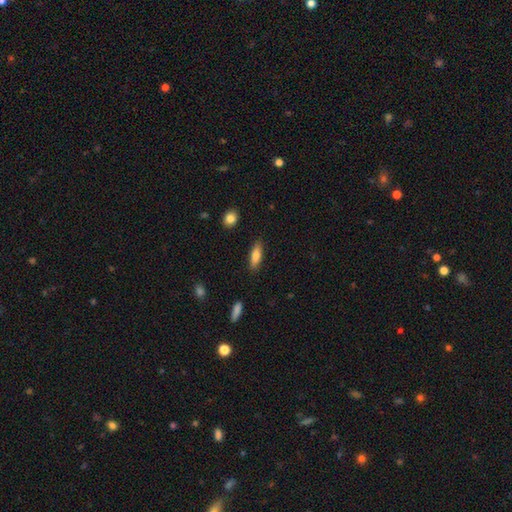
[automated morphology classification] Overall: smooth (80%). How rounded: in between (53%; cigar-shaped 45%). Merging: none (86%).